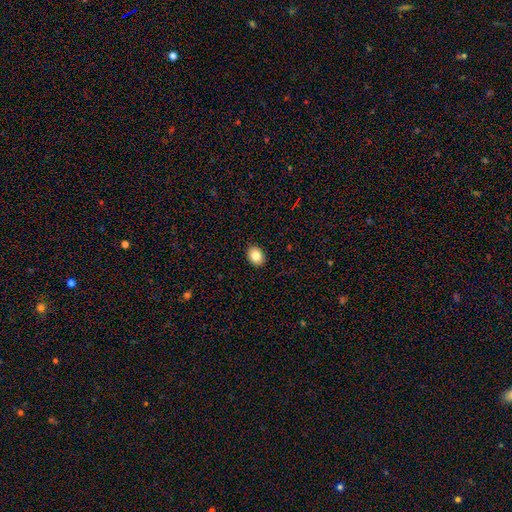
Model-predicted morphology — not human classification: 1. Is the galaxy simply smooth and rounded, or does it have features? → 84% smooth, 9% star or artifact, 7% featured or disk.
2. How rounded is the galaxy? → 57% in between, 42% round, 1% cigar-shaped.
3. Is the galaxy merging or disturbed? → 91% none, 7% minor disturbance, 2% major disturbance, 1% merger.